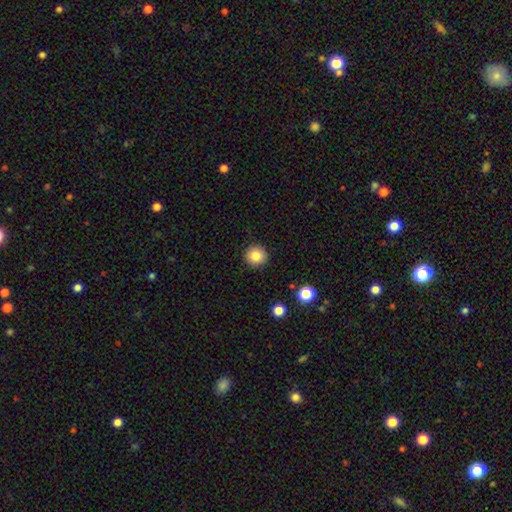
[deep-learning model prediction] Smooth or featured? smooth (83%)
How rounded? round (95%)
Merging? none (91%)